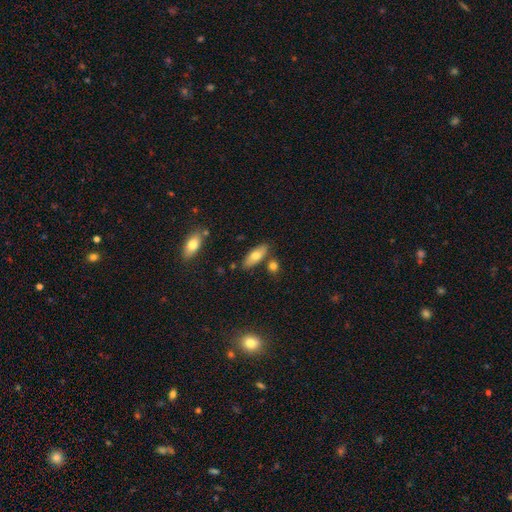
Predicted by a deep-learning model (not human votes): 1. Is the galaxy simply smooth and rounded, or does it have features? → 70% smooth, 23% featured or disk, 7% star or artifact.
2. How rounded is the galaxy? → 74% in between, 24% cigar-shaped, 3% round.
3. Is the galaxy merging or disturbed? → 77% none, 12% minor disturbance, 8% merger, 3% major disturbance.